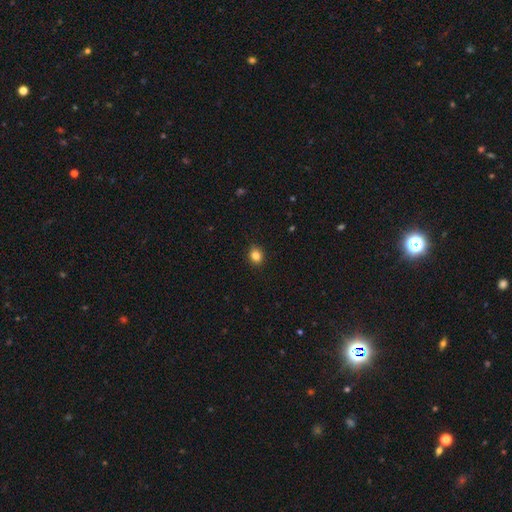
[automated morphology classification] Smooth or featured? smooth (84%)
How rounded? round (64%)
Merging? none (88%)